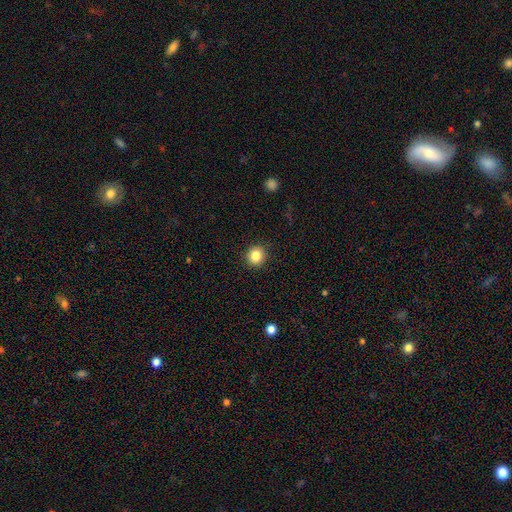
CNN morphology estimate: smooth-or-featured: smooth: 85% | star or artifact: 10% | featured or disk: 5%
  how-rounded: round: 89% | in between: 10% | cigar-shaped: 1%
  merging: none: 91% | minor disturbance: 6% | major disturbance: 2% | merger: 1%